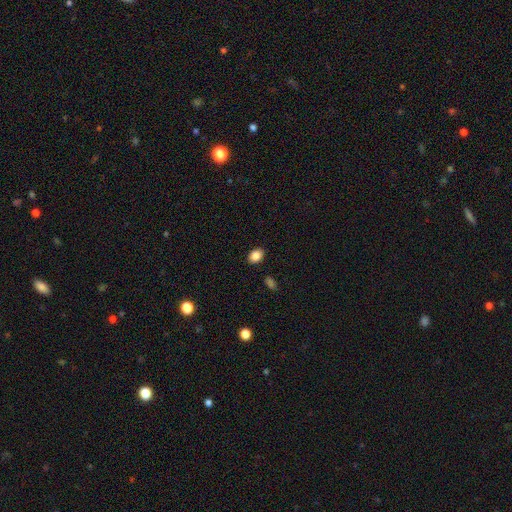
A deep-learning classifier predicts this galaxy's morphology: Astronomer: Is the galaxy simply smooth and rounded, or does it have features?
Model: smooth — 86%.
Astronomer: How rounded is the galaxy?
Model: in between — 68%.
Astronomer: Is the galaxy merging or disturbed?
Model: none — 89%.